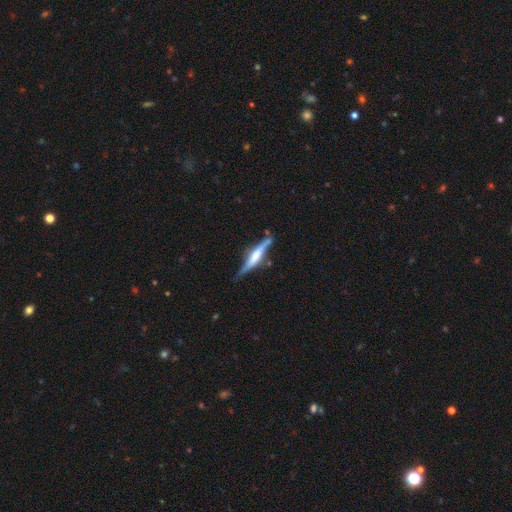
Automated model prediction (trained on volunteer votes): Smooth or featured?
  - featured or disk: 60% *
  - smooth: 34%
  - star or artifact: 6%
Edge-on disk?
  - yes: 90% *
  - no: 10%
Edge-on bulge?
  - boxy: 48% *
  - rounded: 33%
  - none: 19%
Merging?
  - none: 58% *
  - minor disturbance: 28%
  - major disturbance: 8%
  - merger: 6%